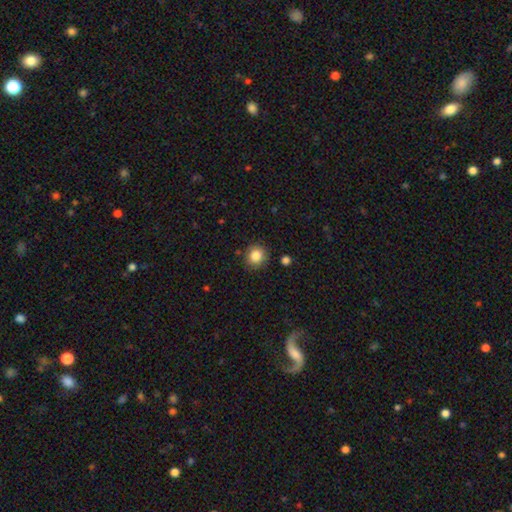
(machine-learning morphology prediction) Smooth or featured? smooth (85%)
How rounded? round (86%)
Merging? none (86%)